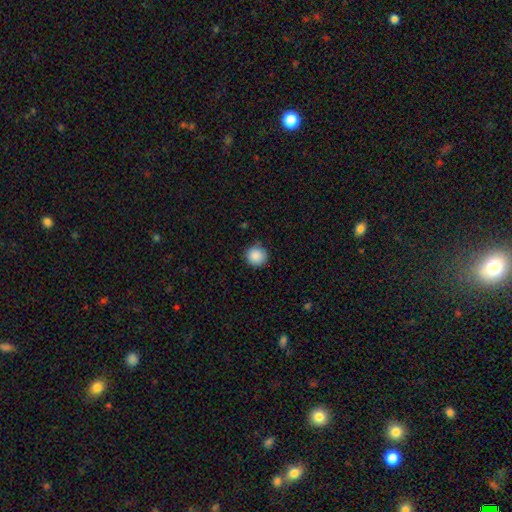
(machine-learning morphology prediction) This is clearly a smooth galaxy (88%). How rounded: clearly round (95%). Merging: clearly none (87%).